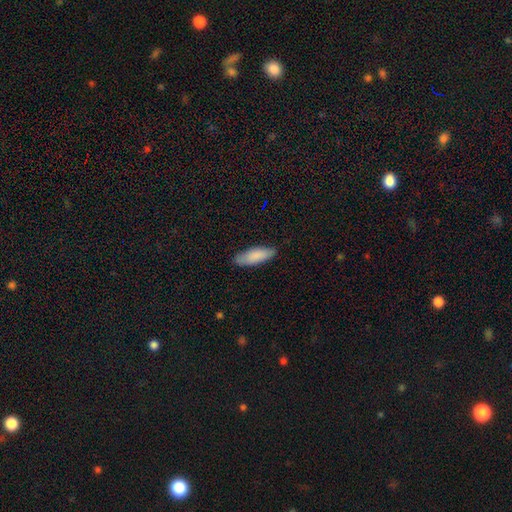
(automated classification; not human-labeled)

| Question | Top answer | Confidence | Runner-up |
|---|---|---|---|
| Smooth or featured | smooth | 86% | featured or disk (9%) |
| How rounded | in between | 60% | cigar-shaped (38%) |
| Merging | none | 83% | minor disturbance (14%) |